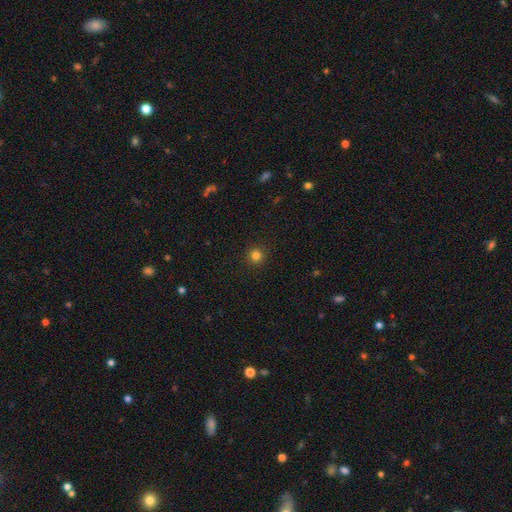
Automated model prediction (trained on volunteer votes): A smooth galaxy with no disk features (81%) that is round (95%). Merging: none (93%).